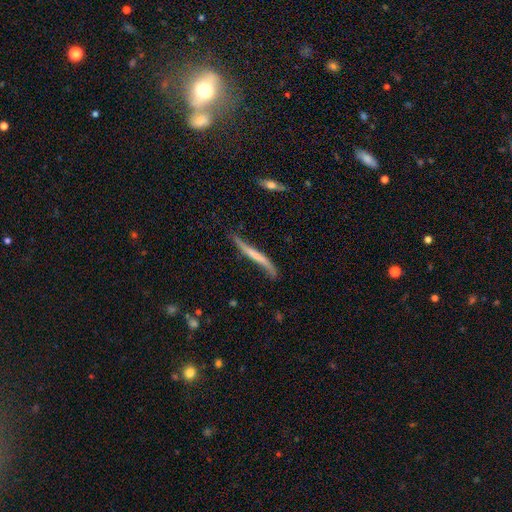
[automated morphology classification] smooth-or-featured: featured or disk: 55% | smooth: 39% | star or artifact: 6%
  disk-edge-on: yes: 76% | no: 24%
  merging: none: 54% | minor disturbance: 30% | major disturbance: 12% | merger: 4%